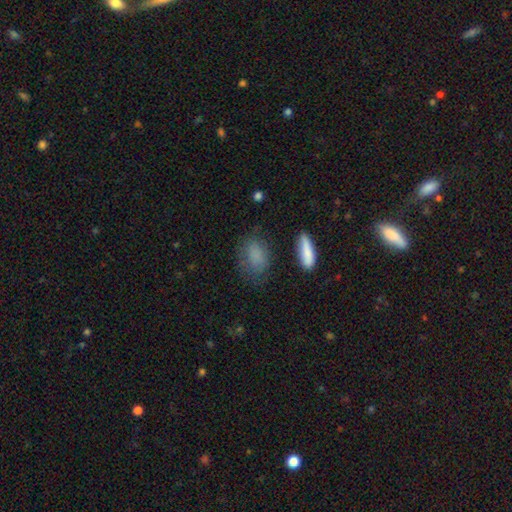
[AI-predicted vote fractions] Overall: smooth (81%). How rounded: in between (75%). Merging: none (64%).